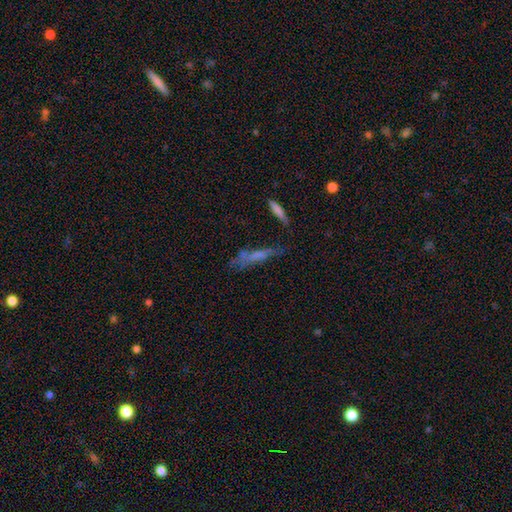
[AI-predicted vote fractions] This is possibly a smooth galaxy (46%). Merging: possibly none (46%).